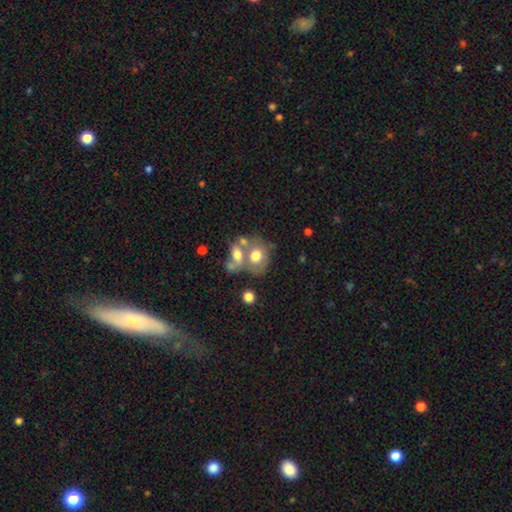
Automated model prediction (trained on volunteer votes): This appears to be a smooth galaxy with no disk features (66%) that is round (49%, tied with in between). Merging: merger (47%).